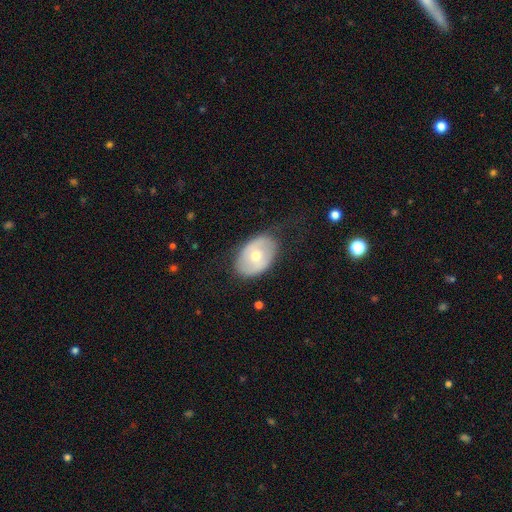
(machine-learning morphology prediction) smooth-or-featured: smooth: 47% (tied) | featured or disk: 47% (tied) | star or artifact: 6%
  merging: none: 75% | minor disturbance: 18% | major disturbance: 6% | merger: 1%